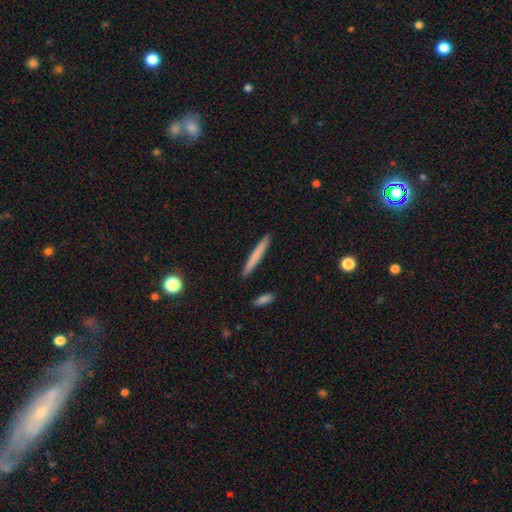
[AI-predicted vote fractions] Smooth or featured: smooth — 71% (featured or disk — 24%)
How rounded: cigar-shaped — 97% (in between — 2%)
Merging: none — 92% (minor disturbance — 5%)